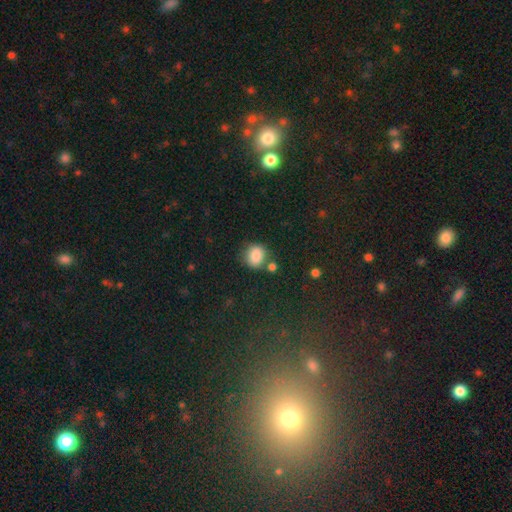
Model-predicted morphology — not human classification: Smooth or featured?
  - smooth: 84% *
  - star or artifact: 10%
  - featured or disk: 7%
How rounded?
  - round: 66% *
  - in between: 32%
  - cigar-shaped: 1%
Merging?
  - none: 63% *
  - minor disturbance: 17%
  - merger: 15%
  - major disturbance: 5%